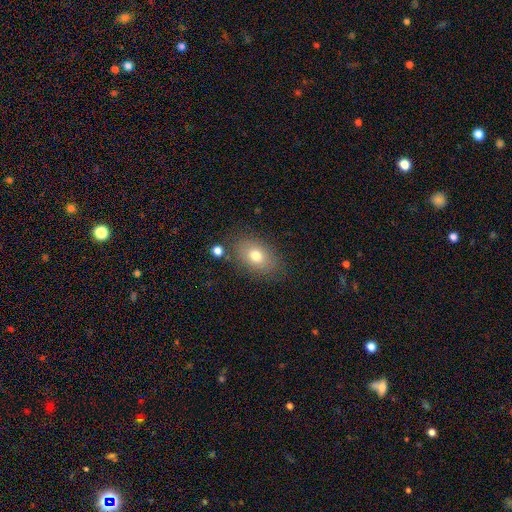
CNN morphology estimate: The model was most divided on "smooth or featured": smooth: 74%, featured or disk: 16%, star or artifact: 10%. More confident: how rounded — in between (81%); merging — none (78%).